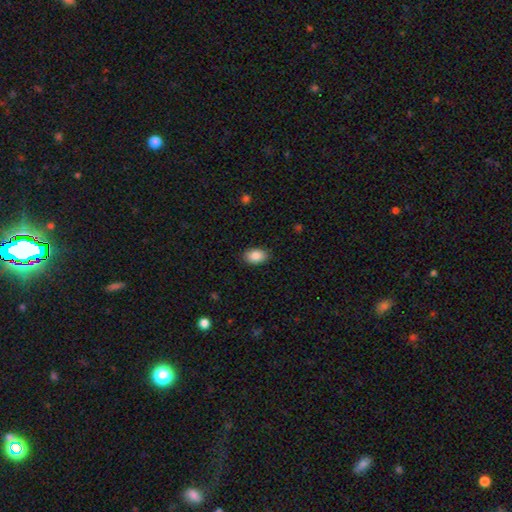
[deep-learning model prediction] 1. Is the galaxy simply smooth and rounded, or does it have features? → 88% smooth, 7% star or artifact, 5% featured or disk.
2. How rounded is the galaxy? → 91% in between, 8% round, 1% cigar-shaped.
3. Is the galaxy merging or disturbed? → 88% none, 9% minor disturbance, 2% major disturbance, 1% merger.